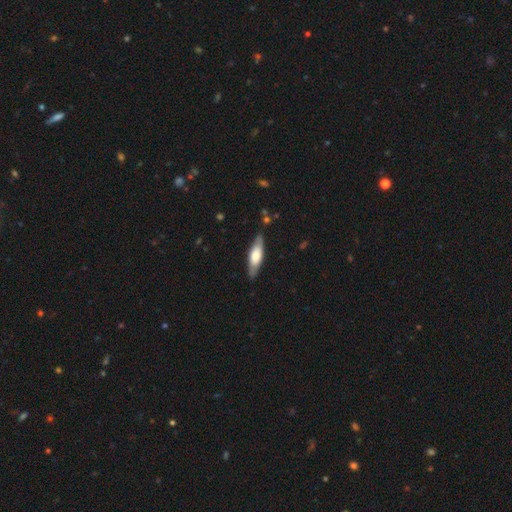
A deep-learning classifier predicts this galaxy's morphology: type=smooth (52%); roundness=cigar-shaped (51%); merging=none (83%).